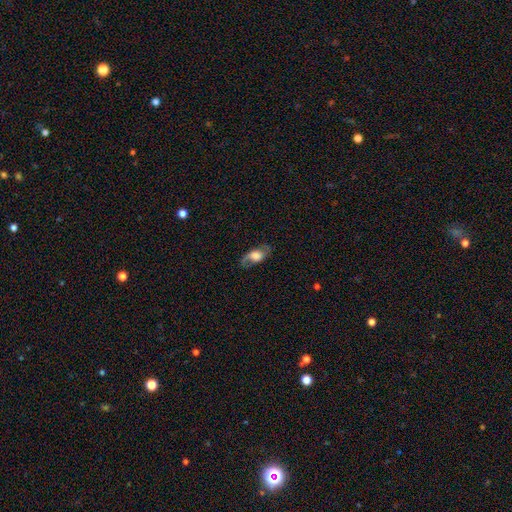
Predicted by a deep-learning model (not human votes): smooth_or_featured: featured or disk (p=0.57) [alt: smooth p=0.36]
disk_edge_on: no (p=0.83) [alt: yes p=0.17]
merging: none (p=0.71) [alt: minor disturbance p=0.18]